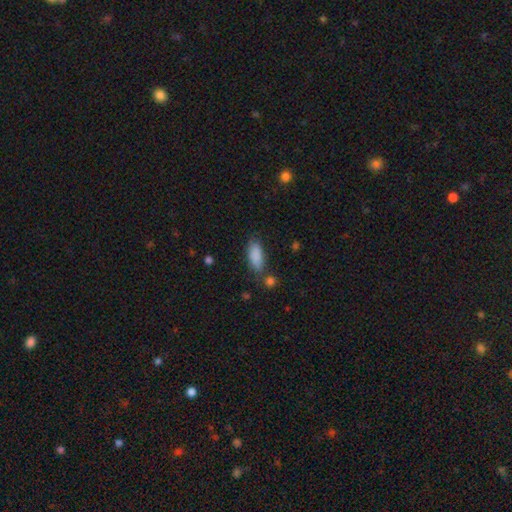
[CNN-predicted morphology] Smooth or featured? Predicted: smooth (p=0.87). How rounded? Predicted: in between (p=0.82). Merging? Predicted: none (p=0.69).